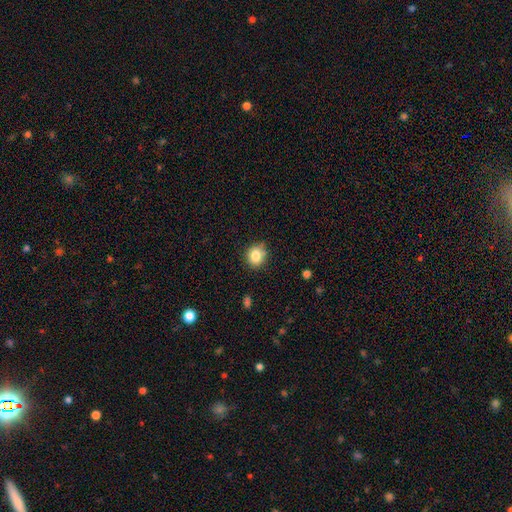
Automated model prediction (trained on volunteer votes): A smooth galaxy with no disk features (83%) that is round (81%). Merging: none (77%).